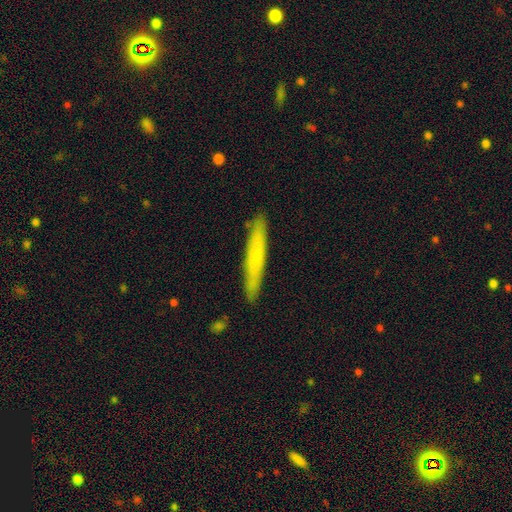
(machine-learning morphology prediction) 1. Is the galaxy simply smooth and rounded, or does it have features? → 61% smooth, 33% featured or disk, 6% star or artifact.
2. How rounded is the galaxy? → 95% cigar-shaped, 4% in between, 1% round.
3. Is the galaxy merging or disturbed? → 89% none, 8% minor disturbance, 2% major disturbance, 1% merger.